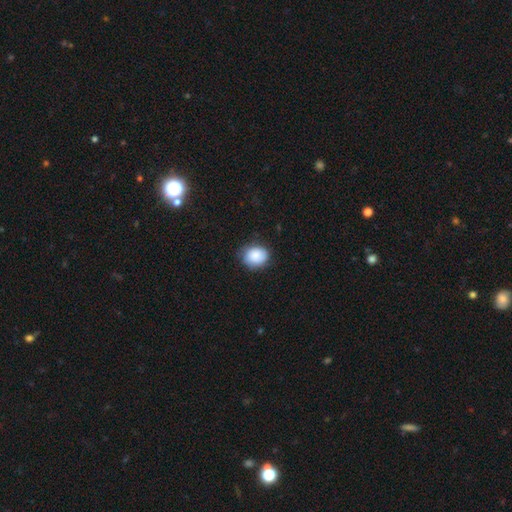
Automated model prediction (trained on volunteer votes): The model was most divided on "how rounded": round: 55%, in between: 44%, cigar-shaped: 1%. More confident: smooth or featured — smooth (87%); merging — none (75%).